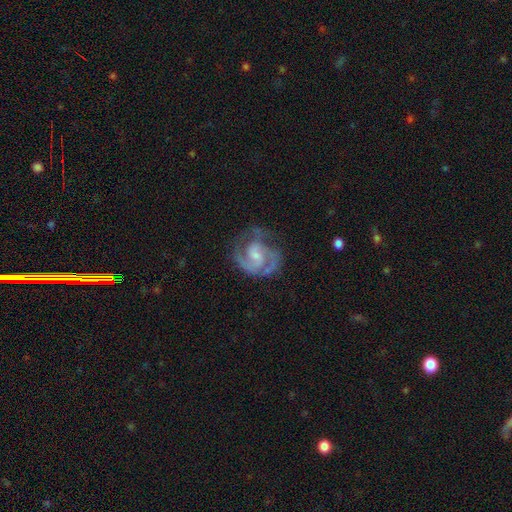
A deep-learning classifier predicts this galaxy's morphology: The model was most divided on "bar" (2-way tie): weak: 45%, no: 45%, strong: 10%. Remaining: edge-on disk — no (98%); spiral arms — yes (96%); smooth or featured — featured or disk (87%); spiral arm count — 2 (68%); merging — none (64%); bulge size — small (55%); spiral winding — medium (49%).